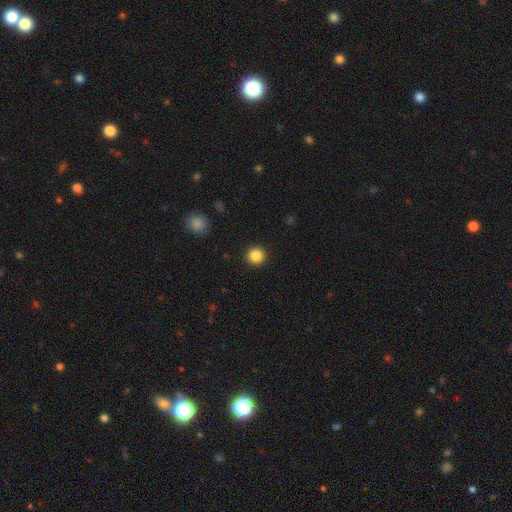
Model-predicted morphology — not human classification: smooth 87%, star or artifact 10%, featured or disk 3%. Down the decision tree: how rounded — round (94%); merging — none (92%).